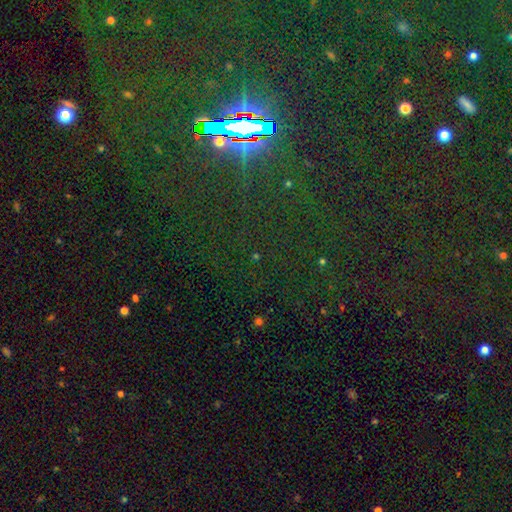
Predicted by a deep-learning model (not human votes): Smooth or featured?
  - star or artifact: 81% *
  - smooth: 10%
  - featured or disk: 9%